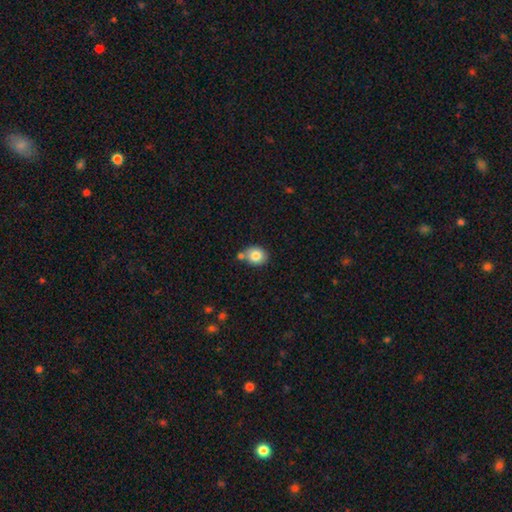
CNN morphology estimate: This appears to be a smooth galaxy with no disk features (82%) that is round (73%). Merging: none (62%).